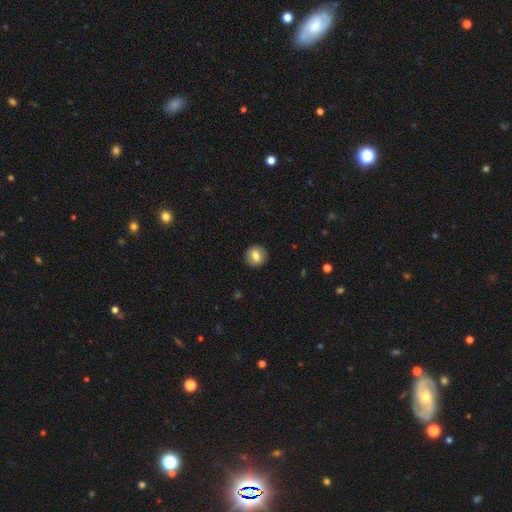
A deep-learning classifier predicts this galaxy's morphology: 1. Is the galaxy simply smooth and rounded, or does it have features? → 75% smooth, 17% featured or disk, 8% star or artifact.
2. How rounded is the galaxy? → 90% round, 9% in between, 1% cigar-shaped.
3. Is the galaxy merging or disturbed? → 91% none, 6% minor disturbance, 2% major disturbance, 1% merger.